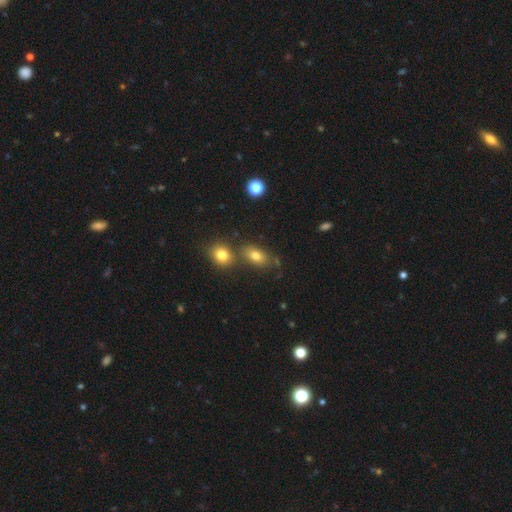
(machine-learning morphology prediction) Overall: smooth (77%). How rounded: in between (82%). Merging: none (63%).